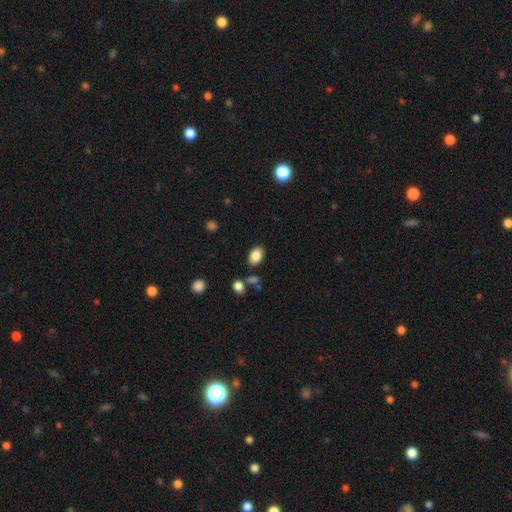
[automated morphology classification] Q: Smooth or featured?
A: smooth (85%); runner-up: star or artifact (8%)
Q: How rounded?
A: in between (86%); runner-up: round (13%)
Q: Merging?
A: none (81%); runner-up: minor disturbance (11%)